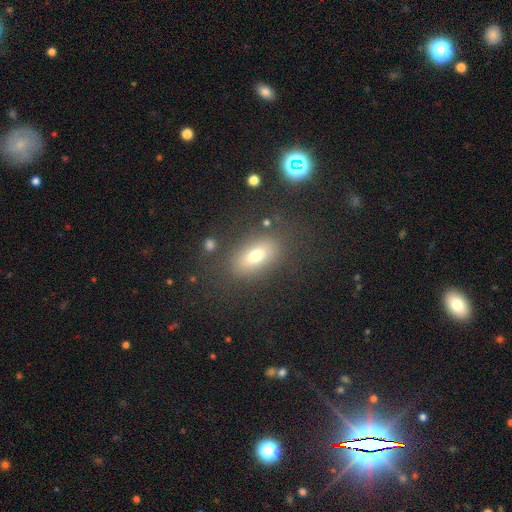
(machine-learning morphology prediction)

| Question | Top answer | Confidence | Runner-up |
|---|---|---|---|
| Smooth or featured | smooth | 70% | featured or disk (17%) |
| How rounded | in between | 82% | round (11%) |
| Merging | none | 80% | minor disturbance (11%) |